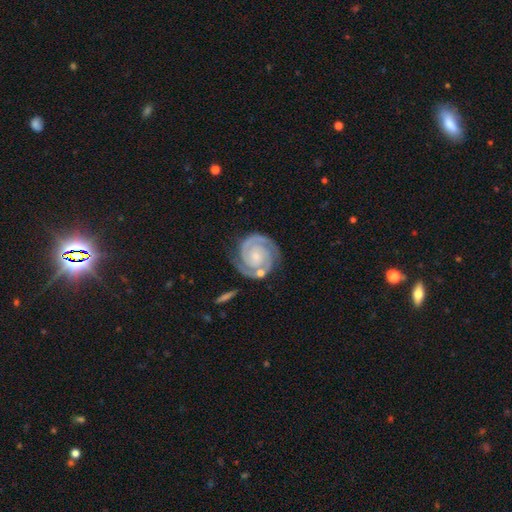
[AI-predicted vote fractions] This appears to be a featured or disk galaxy (91%) with no bar (67%), 2 (90%) tight (77%) spiral arms (99%) and a small central bulge (64%). Merging: none (76%).